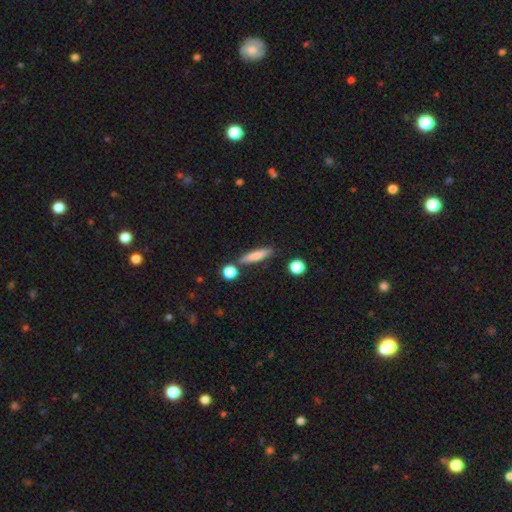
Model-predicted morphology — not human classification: smooth_or_featured: smooth (p=0.70) [alt: featured or disk p=0.22]
how_rounded: cigar-shaped (p=0.82) [alt: in between p=0.15]
merging: none (p=0.80) [alt: minor disturbance p=0.11]